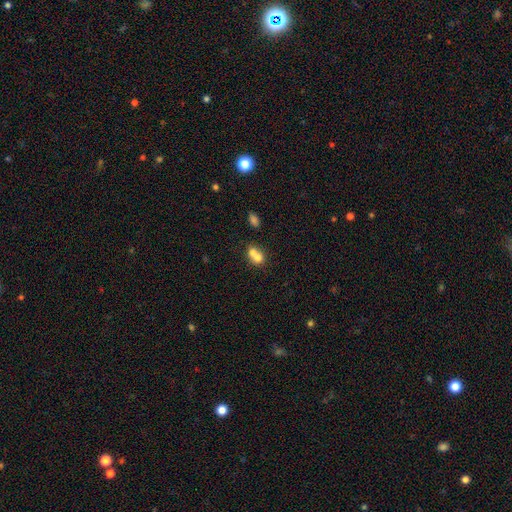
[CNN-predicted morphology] Smooth or featured? Predicted: smooth (p=0.70). How rounded? Predicted: round (p=0.63). Merging? Predicted: merger (p=0.67).